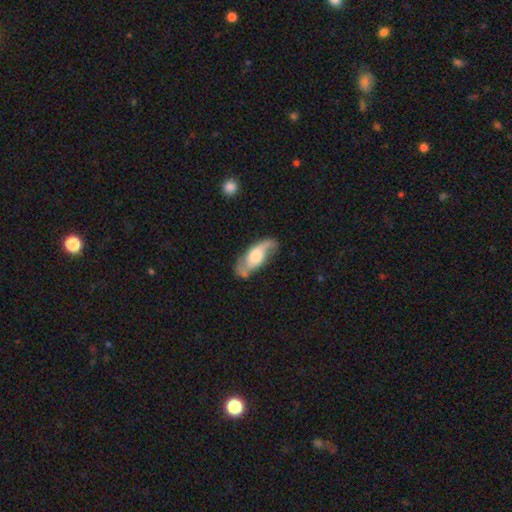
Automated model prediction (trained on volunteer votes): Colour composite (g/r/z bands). It shows a featured or disk galaxy (71%) with no bar (58%), 2 (85%) loose (55%) spiral arms (89%) and a moderate central bulge (42%). Merging: none (70%).